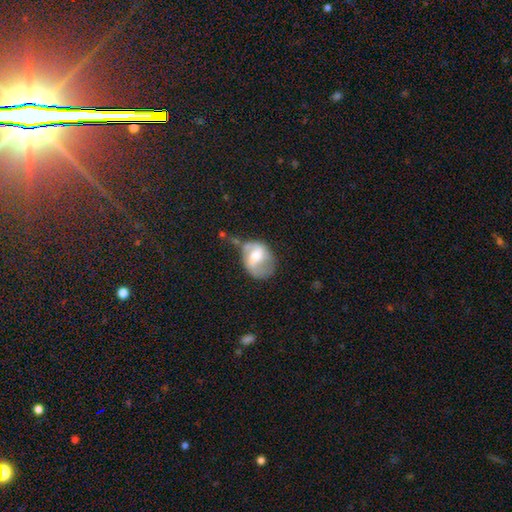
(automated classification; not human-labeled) The model was most divided on "merging": none: 33%, minor disturbance: 31%, major disturbance: 27%, merger: 9%. Remaining: edge-on disk — no (97%); spiral arms — yes (72%); smooth or featured — featured or disk (57%); bulge size — moderate (55%); bar — weak (44%).